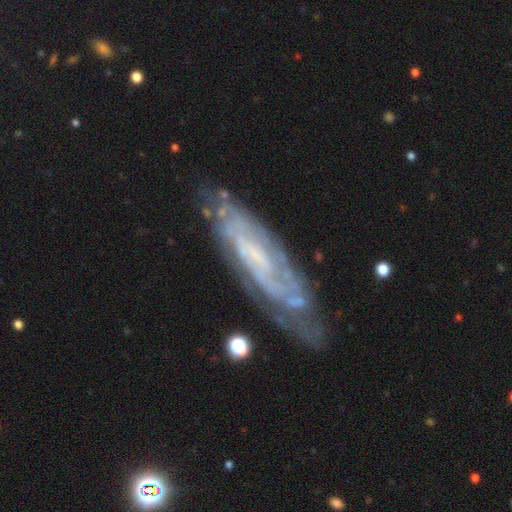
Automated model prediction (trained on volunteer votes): smooth_or_featured: featured or disk (p=0.79) [alt: smooth p=0.14]
disk_edge_on: no (p=0.76) [alt: yes p=0.24]
bar: no (p=0.47) [alt: weak p=0.38]
has_spiral_arms: yes (p=0.84) [alt: no p=0.16]
spiral_winding: tight (p=0.62) [alt: medium p=0.29]
spiral_arm_count: can't tell (p=0.60) [alt: 2 p=0.19]
bulge_size: small (p=0.41) [alt: none p=0.35]
merging: none (p=0.69) [alt: minor disturbance p=0.20]